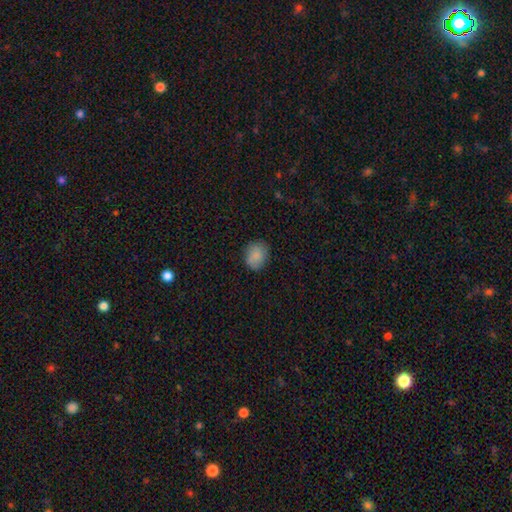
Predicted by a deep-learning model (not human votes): Overall: smooth (85%). How rounded: round (59%; in between 40%). Merging: none (81%).